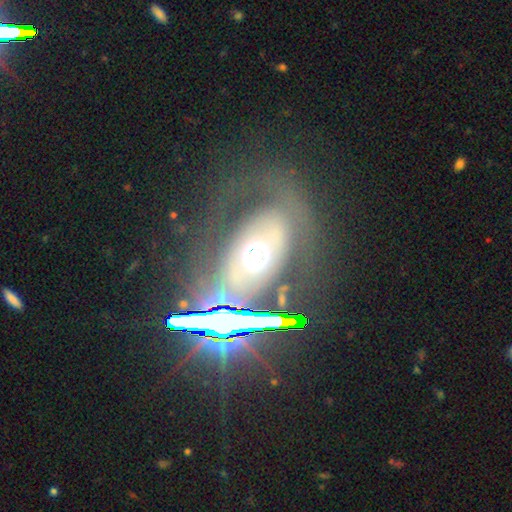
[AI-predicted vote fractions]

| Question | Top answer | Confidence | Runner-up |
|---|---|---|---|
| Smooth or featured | featured or disk | 52% | star or artifact (25%) |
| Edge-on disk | no | 90% | yes (10%) |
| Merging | none | 57% | major disturbance (21%) |